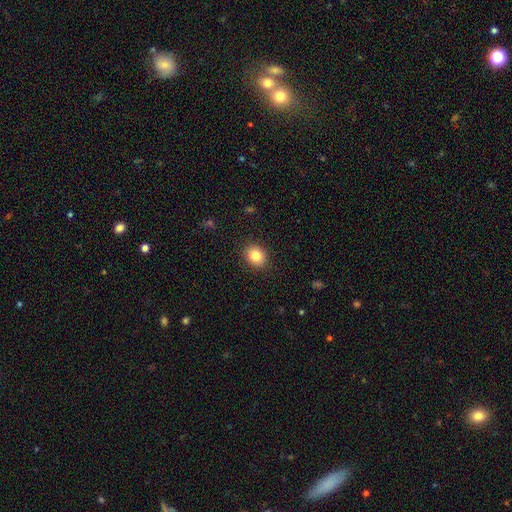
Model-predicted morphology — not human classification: Smooth or featured? Predicted: smooth (p=0.83). How rounded? Predicted: round (p=0.57). Merging? Predicted: none (p=0.89).